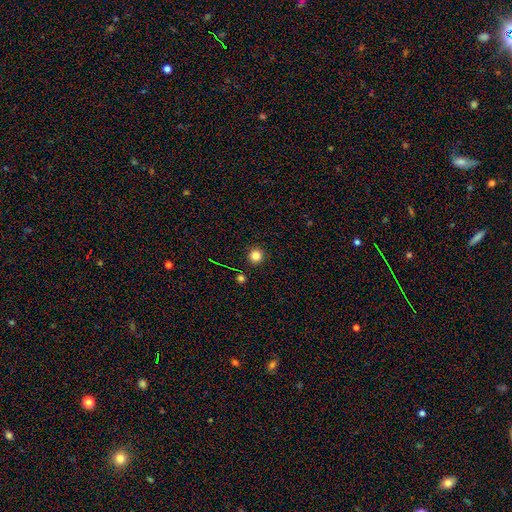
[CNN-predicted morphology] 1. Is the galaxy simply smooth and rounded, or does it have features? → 82% smooth, 13% star or artifact, 5% featured or disk.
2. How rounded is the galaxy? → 95% round, 4% in between, 1% cigar-shaped.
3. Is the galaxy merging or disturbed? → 91% none, 5% minor disturbance, 2% merger, 2% major disturbance.